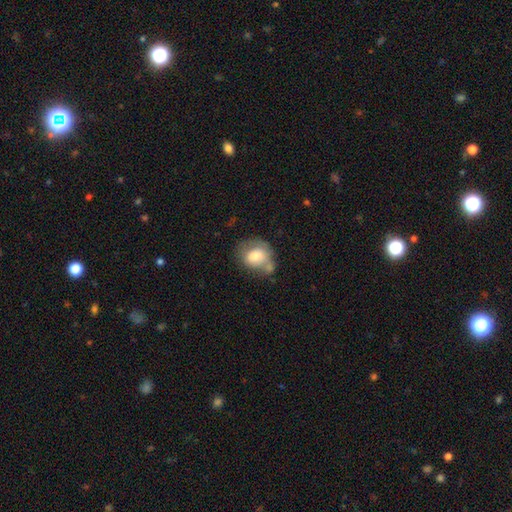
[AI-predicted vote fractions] The model was most divided on "how rounded": round: 56%, in between: 43%, cigar-shaped: 1%. Remaining: smooth or featured — smooth (71%); merging — none (38%).